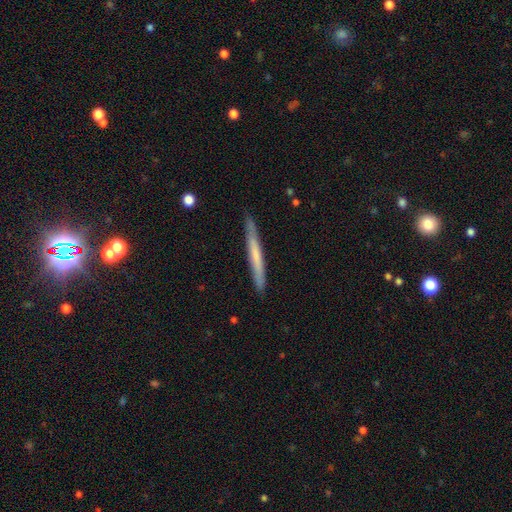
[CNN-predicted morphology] smooth 53%, featured or disk 41%, star or artifact 6%. Down the decision tree: how rounded — cigar-shaped (97%); merging — none (88%).